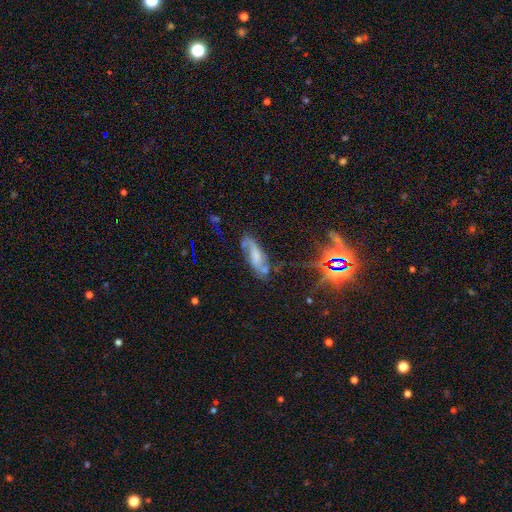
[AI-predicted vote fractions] The model was most divided on "smooth or featured": featured or disk: 57%, smooth: 30%, star or artifact: 13%. More confident: edge-on disk — no (82%); merging — none (58%).